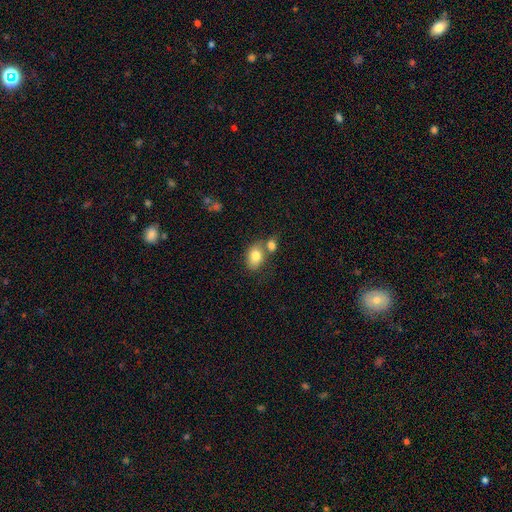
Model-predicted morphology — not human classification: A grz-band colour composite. It shows a smooth galaxy with no disk features (80%) that is in between round and cigar-shaped (77%). Merging: none (44%).